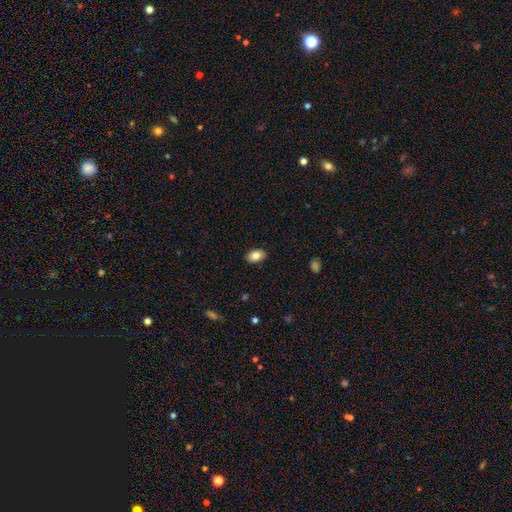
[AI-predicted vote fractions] smooth 83%, featured or disk 10%, star or artifact 7%. Down the decision tree: how rounded — in between (88%); merging — none (89%).